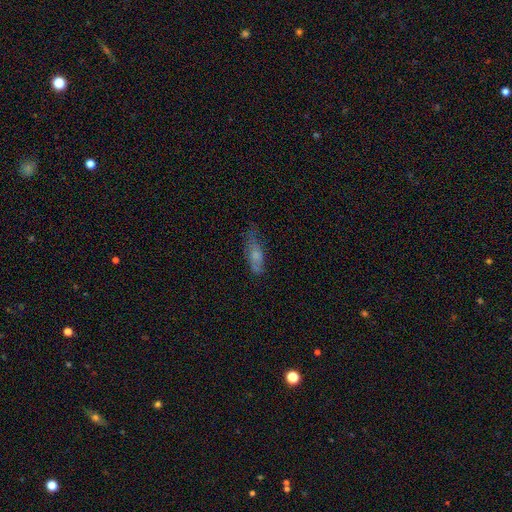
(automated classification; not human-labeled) This is likely a smooth galaxy (62%). How rounded: possibly in between (57%). Merging: possibly none (50%).